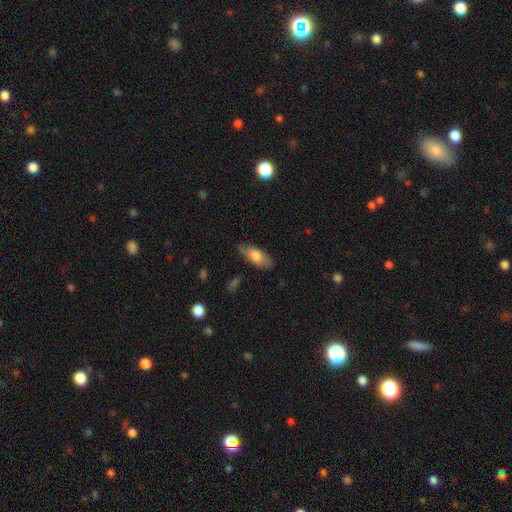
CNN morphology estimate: A smooth galaxy with no disk features (74%) that is in between round and cigar-shaped (80%). Merging: none (73%).